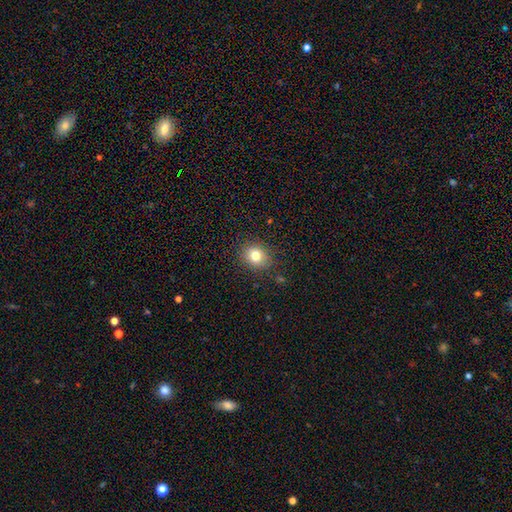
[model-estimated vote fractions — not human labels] Smooth or featured: smooth — 79% (star or artifact — 12%)
How rounded: round — 66% (in between — 33%)
Merging: none — 86% (minor disturbance — 9%)